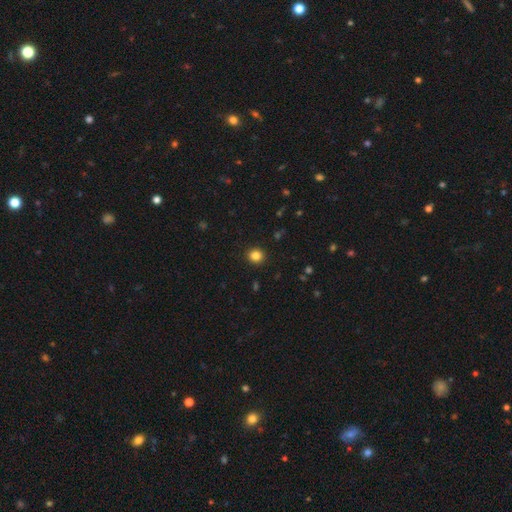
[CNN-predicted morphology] A smooth galaxy with no disk features (84%) that is round (87%).

Vote fractions:
- Smooth or featured? smooth: 84% / star or artifact: 12% / featured or disk: 4%
- How rounded? round: 87% / in between: 12% / cigar-shaped: 1%
- Merging? none: 92% / minor disturbance: 5% / major disturbance: 2% / merger: 1%